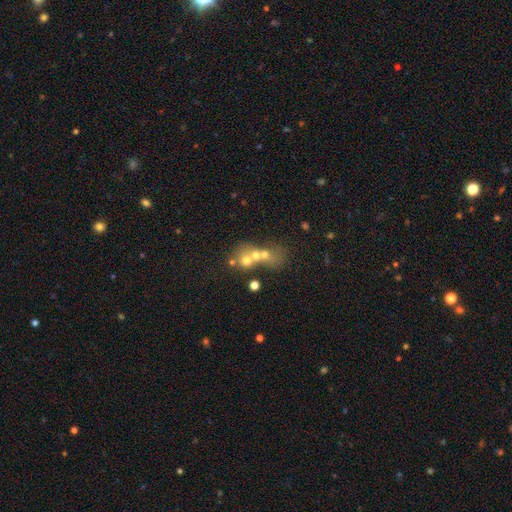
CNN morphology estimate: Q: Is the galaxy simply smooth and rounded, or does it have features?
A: smooth — 42%.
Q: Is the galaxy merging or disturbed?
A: merger — 56%.